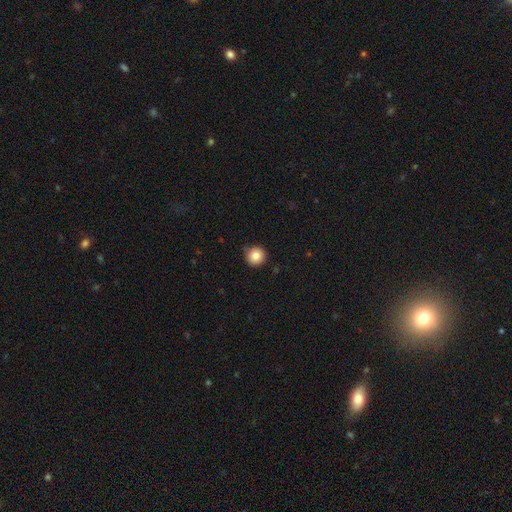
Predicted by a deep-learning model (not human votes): The model was most divided on "smooth or featured": smooth: 84%, star or artifact: 10%, featured or disk: 6%. More confident: how rounded — round (95%); merging — none (88%).